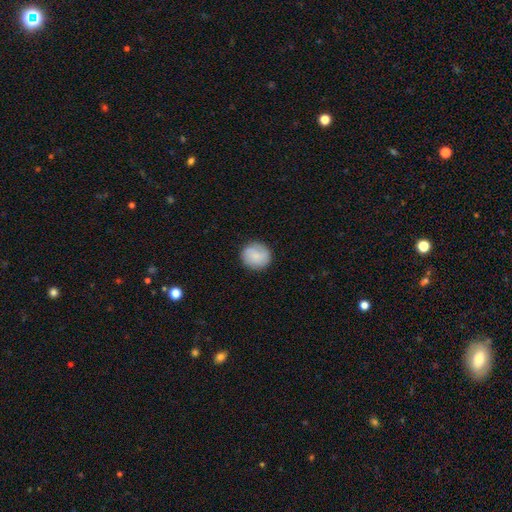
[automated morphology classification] Q: Smooth or featured?
A: smooth (79%); runner-up: featured or disk (14%)
Q: How rounded?
A: round (90%); runner-up: in between (9%)
Q: Merging?
A: none (86%); runner-up: minor disturbance (10%)